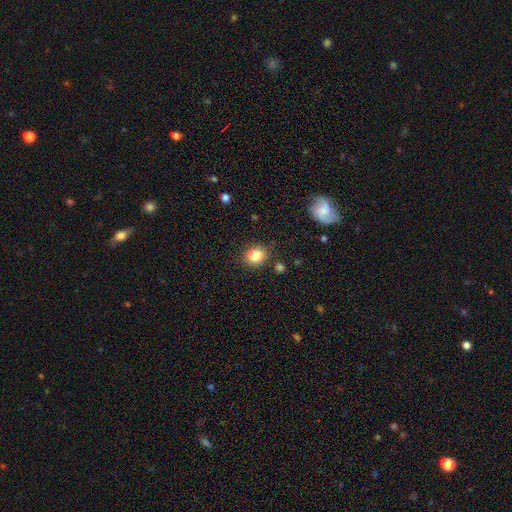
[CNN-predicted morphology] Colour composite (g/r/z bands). It shows a smooth galaxy with no disk features (84%) that is round (64%). Merging: none (82%).